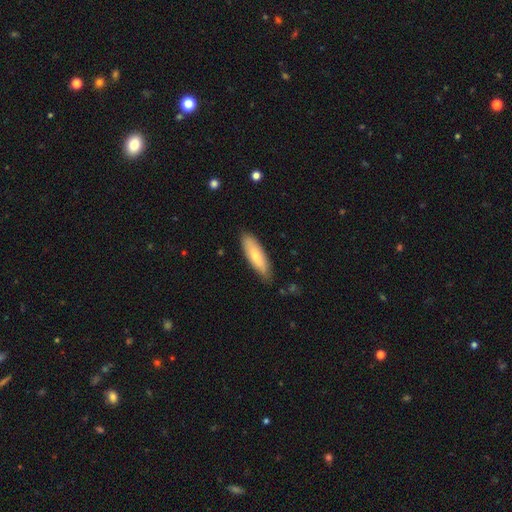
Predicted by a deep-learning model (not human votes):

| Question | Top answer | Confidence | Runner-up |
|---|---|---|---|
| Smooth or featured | smooth | 73% | featured or disk (22%) |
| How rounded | cigar-shaped | 57% | in between (41%) |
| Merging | none | 82% | minor disturbance (15%) |